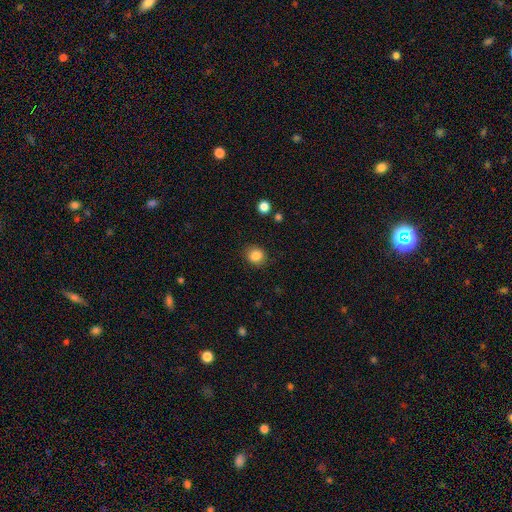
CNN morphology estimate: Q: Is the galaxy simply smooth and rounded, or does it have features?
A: smooth — 86%.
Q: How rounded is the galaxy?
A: round — 84%.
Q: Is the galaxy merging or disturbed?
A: none — 88%.